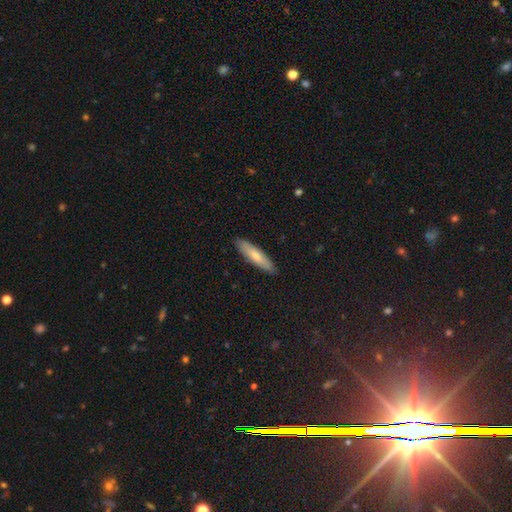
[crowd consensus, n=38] Smooth or featured: smooth — 68% (featured or disk — 24%)
How rounded: cigar-shaped — 81% (in between — 19%)
Merging: none — 89% (minor disturbance — 6%)